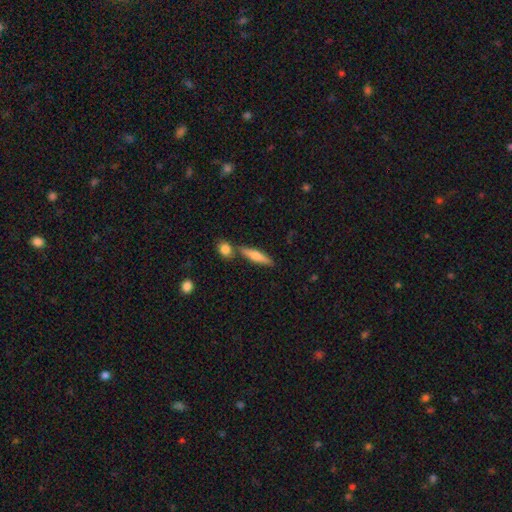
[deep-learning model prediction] The model was most divided on "smooth or featured": smooth: 65%, featured or disk: 29%, star or artifact: 6%. More confident: how rounded — cigar-shaped (77%); merging — none (71%).